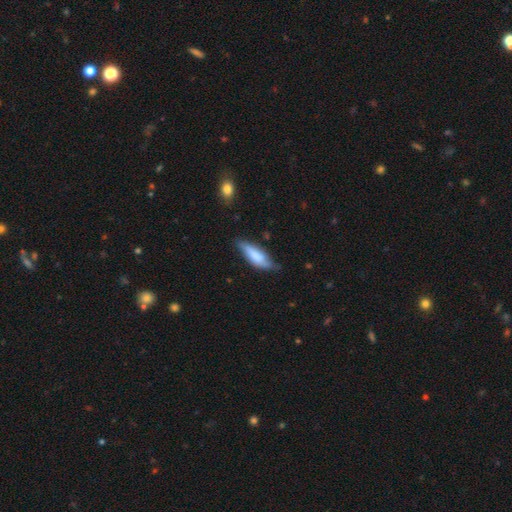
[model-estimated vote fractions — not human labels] This is likely a smooth galaxy (73%). How rounded: possibly in between (57%). Merging: possibly none (58%).